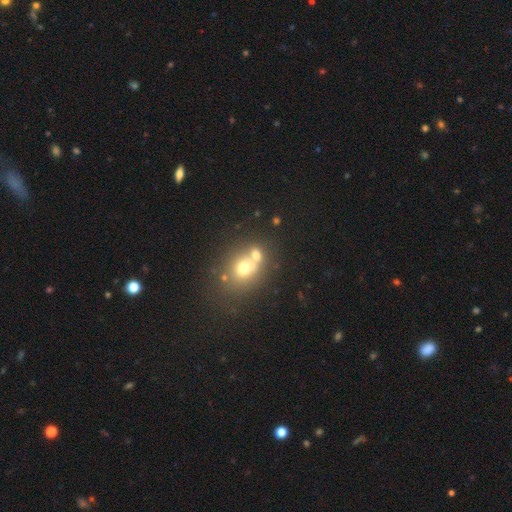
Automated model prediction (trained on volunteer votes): A smooth galaxy with no disk features (64%) that is round (64%). Merging: merger (50%).